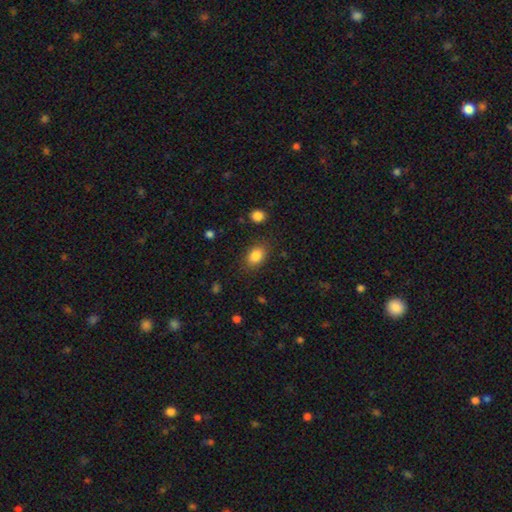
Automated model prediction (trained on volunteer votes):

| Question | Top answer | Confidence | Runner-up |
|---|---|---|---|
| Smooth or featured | smooth | 86% | star or artifact (9%) |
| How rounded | in between | 81% | round (17%) |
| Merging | none | 83% | minor disturbance (12%) |